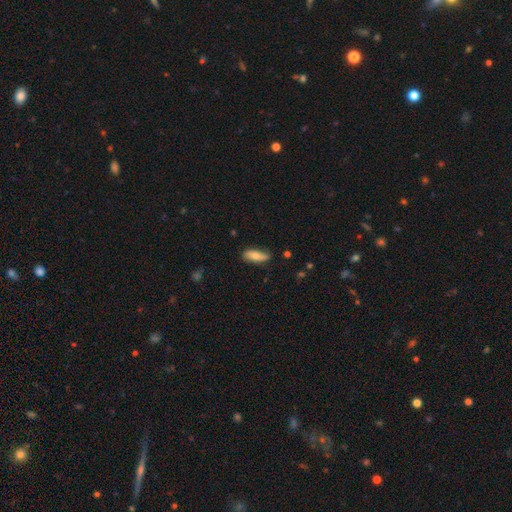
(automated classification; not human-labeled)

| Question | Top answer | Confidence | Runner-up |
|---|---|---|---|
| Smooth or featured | smooth | 69% | featured or disk (25%) |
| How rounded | in between | 68% | cigar-shaped (29%) |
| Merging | none | 77% | minor disturbance (19%) |